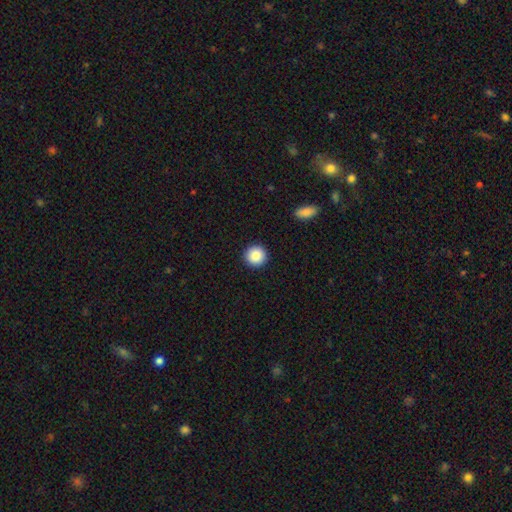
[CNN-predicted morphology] Q: Smooth or featured?
A: smooth (88%); runner-up: star or artifact (8%)
Q: How rounded?
A: round (95%); runner-up: in between (4%)
Q: Merging?
A: none (93%); runner-up: minor disturbance (5%)